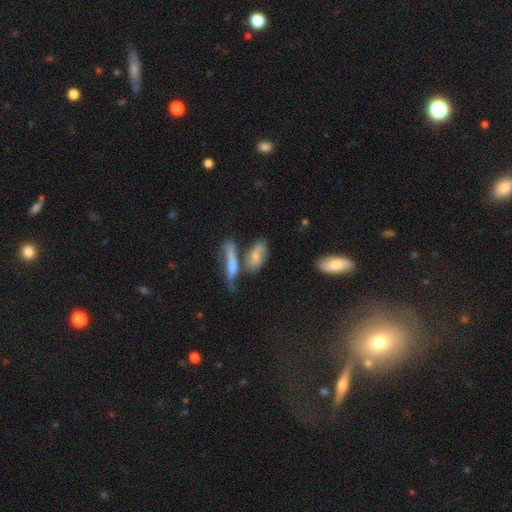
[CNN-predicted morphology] A smooth galaxy with no disk features (49%).

Vote fractions:
- Smooth or featured? smooth: 49% / featured or disk: 42% / star or artifact: 9%
- Merging? merger: 39% / none: 37% / minor disturbance: 16% / major disturbance: 9%